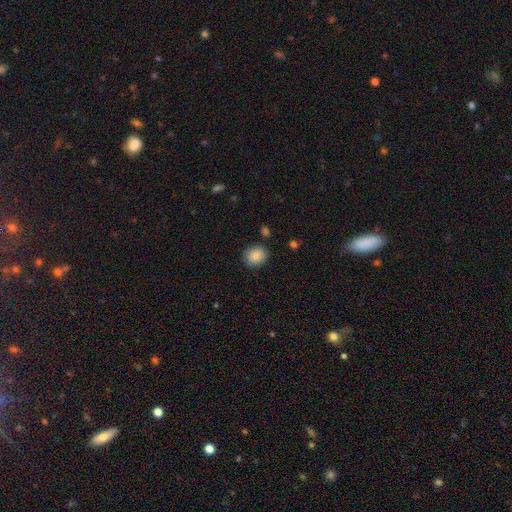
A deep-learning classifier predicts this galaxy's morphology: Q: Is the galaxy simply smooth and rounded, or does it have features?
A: smooth — 86%.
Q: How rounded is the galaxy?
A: round — 68%.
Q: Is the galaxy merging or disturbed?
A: none — 84%.